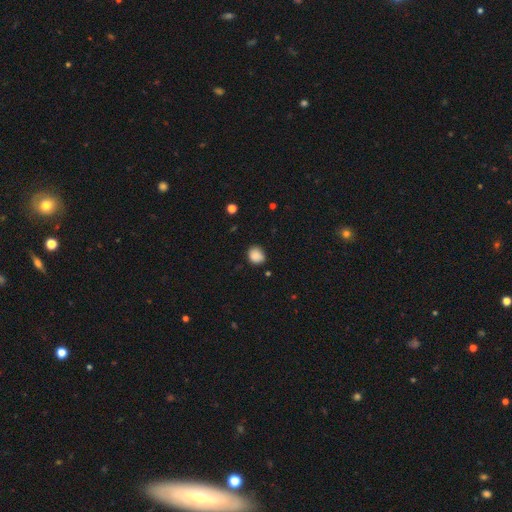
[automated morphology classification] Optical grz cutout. It shows a smooth galaxy with no disk features (87%) that is round (69%). Merging: none (79%).